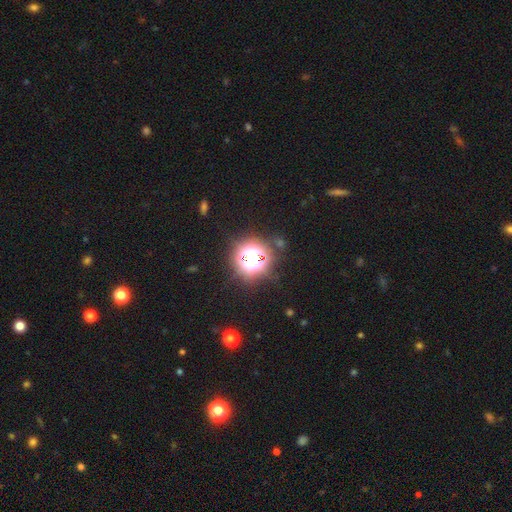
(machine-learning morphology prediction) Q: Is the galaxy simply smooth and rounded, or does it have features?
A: star or artifact — 69%.